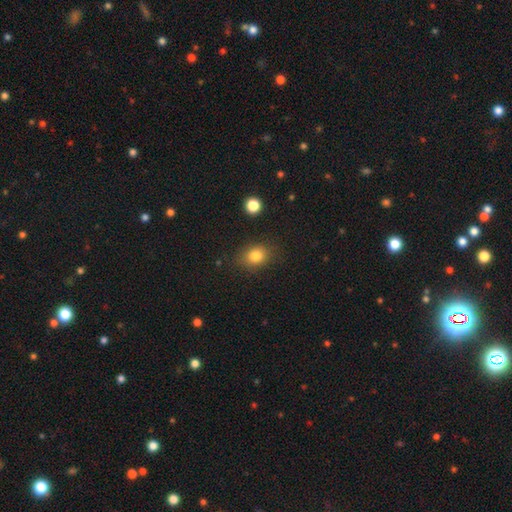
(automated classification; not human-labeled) This is clearly a smooth galaxy (82%). How rounded: possibly in between (55%). Merging: clearly none (81%).